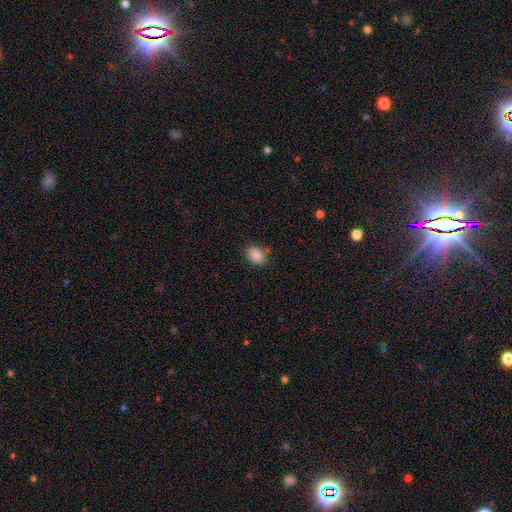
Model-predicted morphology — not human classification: Q: Smooth or featured?
A: smooth (85%); runner-up: star or artifact (9%)
Q: How rounded?
A: in between (63%); runner-up: round (36%)
Q: Merging?
A: none (80%); runner-up: minor disturbance (15%)